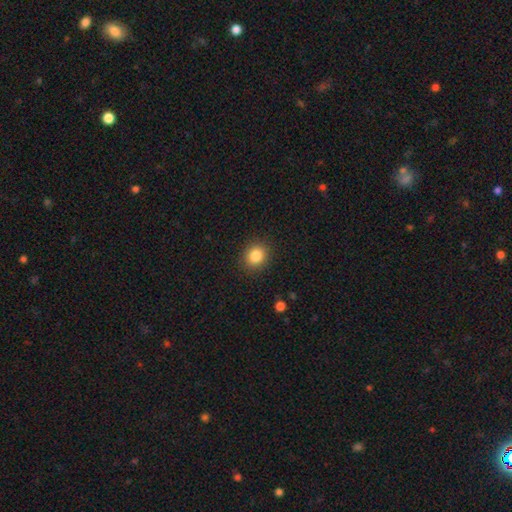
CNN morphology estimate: Q: Smooth or featured?
A: smooth (85%); runner-up: star or artifact (10%)
Q: How rounded?
A: round (76%); runner-up: in between (23%)
Q: Merging?
A: none (89%); runner-up: minor disturbance (7%)